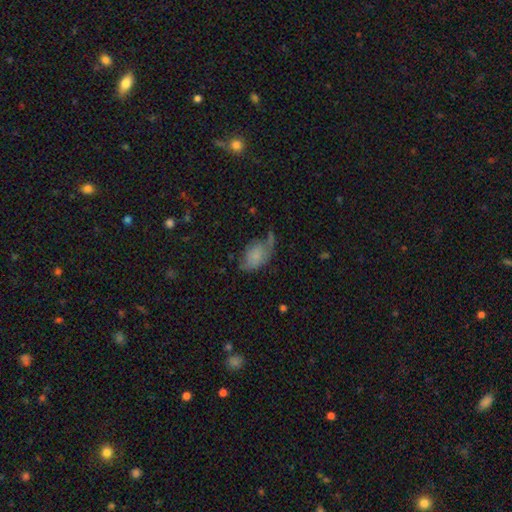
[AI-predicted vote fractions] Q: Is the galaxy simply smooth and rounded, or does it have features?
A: smooth — 70%.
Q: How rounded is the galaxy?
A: in between — 88%.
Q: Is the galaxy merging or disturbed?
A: none — 35%.